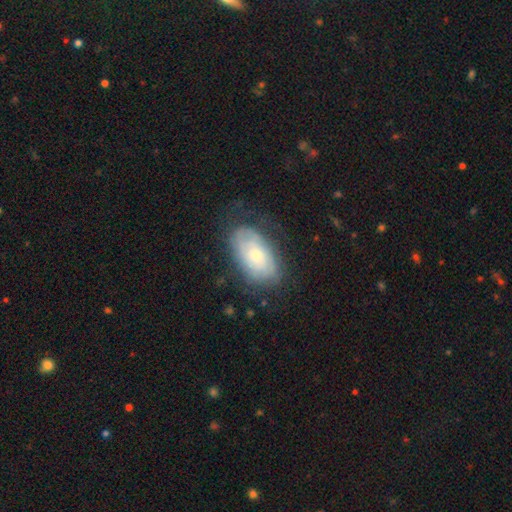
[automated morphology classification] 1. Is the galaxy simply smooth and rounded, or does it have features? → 48% featured or disk, 45% smooth, 7% star or artifact.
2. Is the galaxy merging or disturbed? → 67% none, 22% minor disturbance, 9% major disturbance, 1% merger.